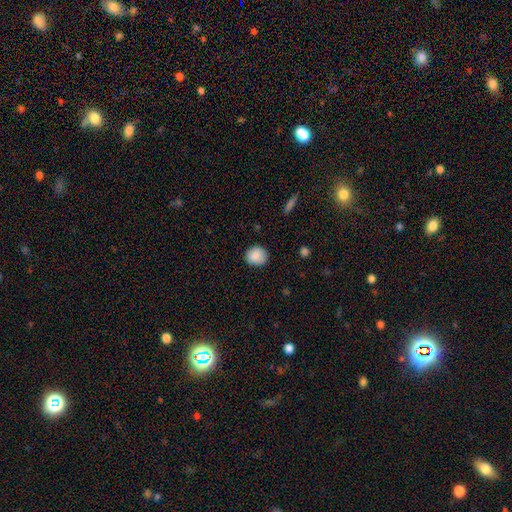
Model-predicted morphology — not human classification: Smooth or featured? Predicted: smooth (p=0.88). How rounded? Predicted: round (p=0.76). Merging? Predicted: none (p=0.85).